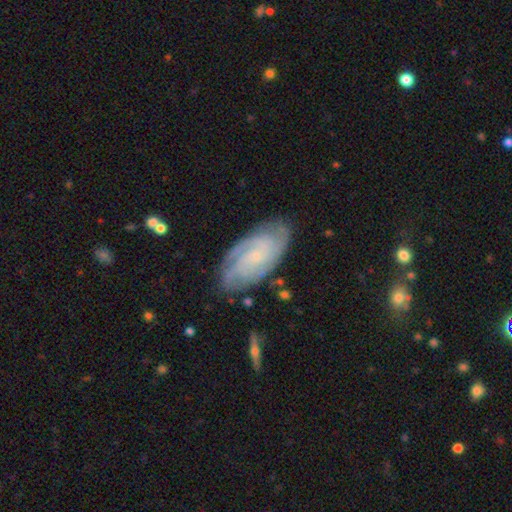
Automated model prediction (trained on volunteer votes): This appears to be a featured or disk galaxy (79%) with no bar (65%), tight (66%) spiral arms (96%) and a small central bulge (66%). Merging: none (78%).